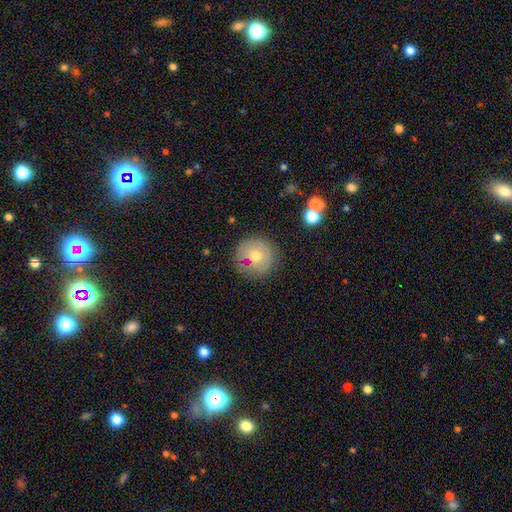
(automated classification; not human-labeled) A smooth galaxy with no disk features (60%) that is round (94%). Merging: none (74%).